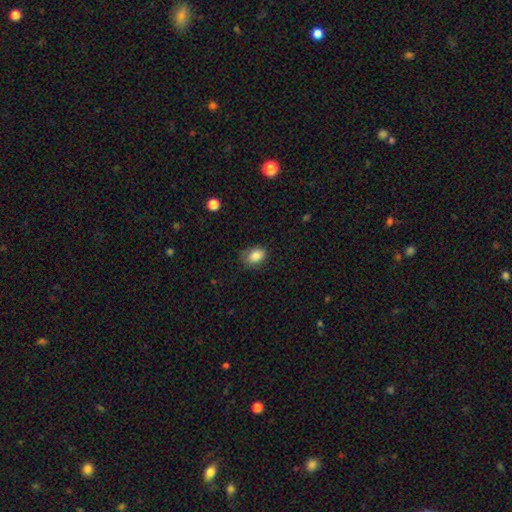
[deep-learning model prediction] smooth_or_featured: smooth (p=0.84) [alt: star or artifact p=0.08]
how_rounded: in between (p=0.78) [alt: round p=0.21]
merging: none (p=0.63) [alt: minor disturbance p=0.28]